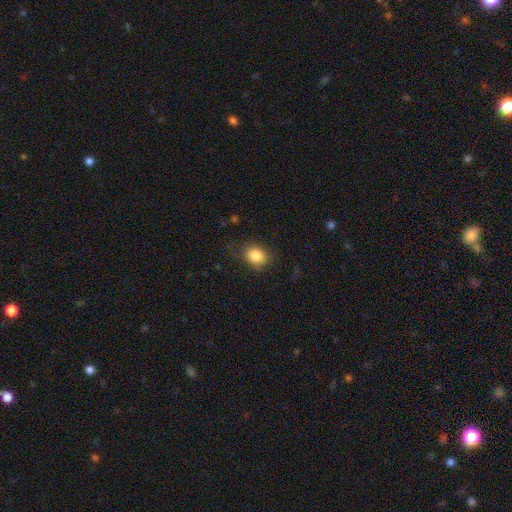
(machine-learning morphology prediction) A smooth galaxy with no disk features (84%) that is in between round and cigar-shaped (52%). Merging: none (76%).